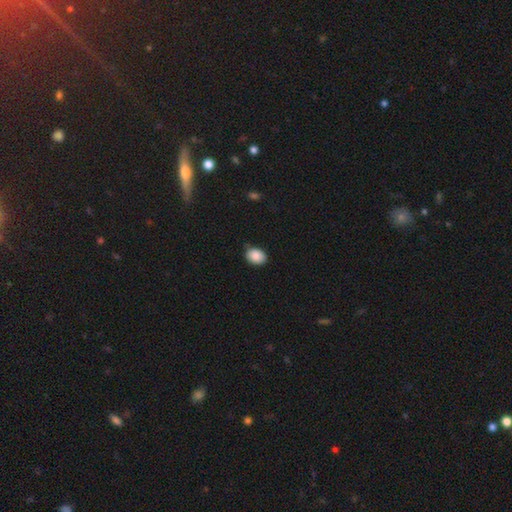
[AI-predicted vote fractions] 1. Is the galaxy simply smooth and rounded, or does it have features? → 88% smooth, 7% star or artifact, 4% featured or disk.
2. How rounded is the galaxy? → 71% in between, 28% round, 1% cigar-shaped.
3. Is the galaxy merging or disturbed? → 76% none, 20% minor disturbance, 3% major disturbance, 1% merger.